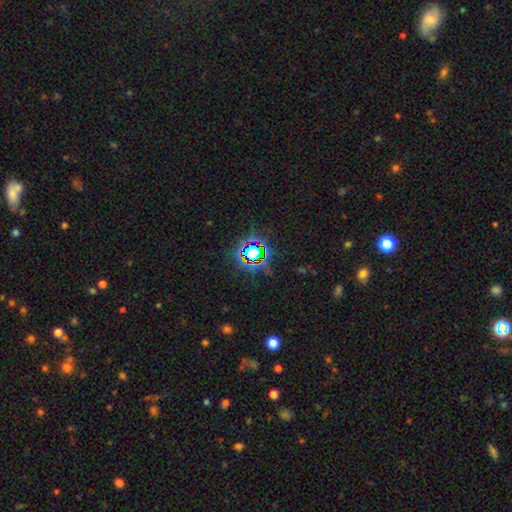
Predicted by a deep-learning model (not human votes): star or artifact 73%, smooth 16%, featured or disk 11%.